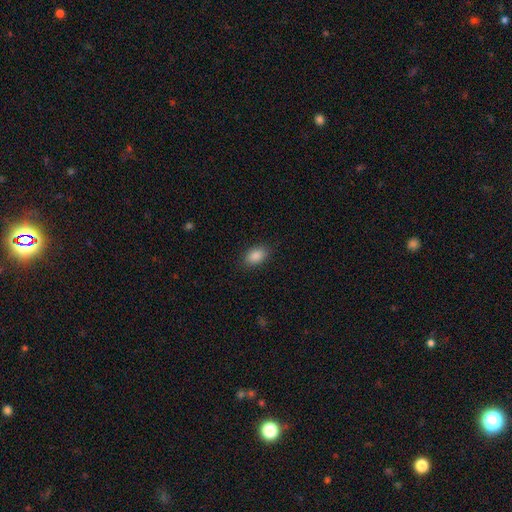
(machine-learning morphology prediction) A smooth galaxy with no disk features (89%) that is in between round and cigar-shaped (89%).

Vote fractions:
- Smooth or featured? smooth: 89% / star or artifact: 8% / featured or disk: 3%
- How rounded? in between: 89% / round: 9% / cigar-shaped: 2%
- Merging? none: 86% / minor disturbance: 10% / major disturbance: 3% / merger: 1%